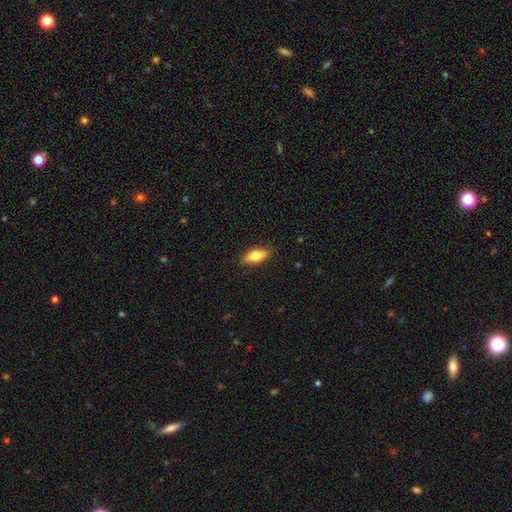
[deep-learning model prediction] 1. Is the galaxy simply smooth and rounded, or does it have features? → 70% smooth, 24% featured or disk, 6% star or artifact.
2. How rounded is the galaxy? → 77% in between, 19% cigar-shaped, 4% round.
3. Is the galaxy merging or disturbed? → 86% none, 11% minor disturbance, 2% major disturbance, 1% merger.